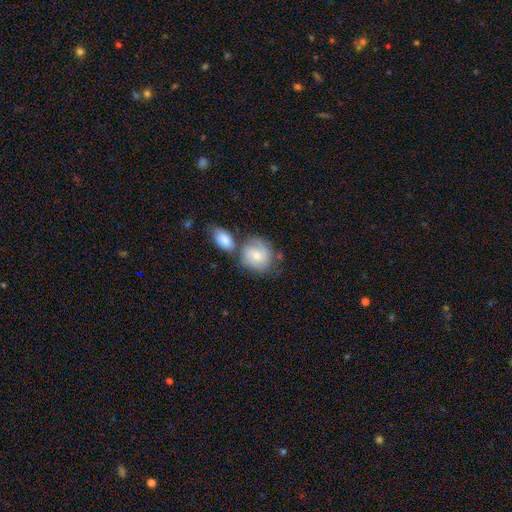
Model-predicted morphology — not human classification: Smooth or featured? Predicted: smooth (p=0.58). How rounded? Predicted: round (p=0.68). Merging? Predicted: none (p=0.43).